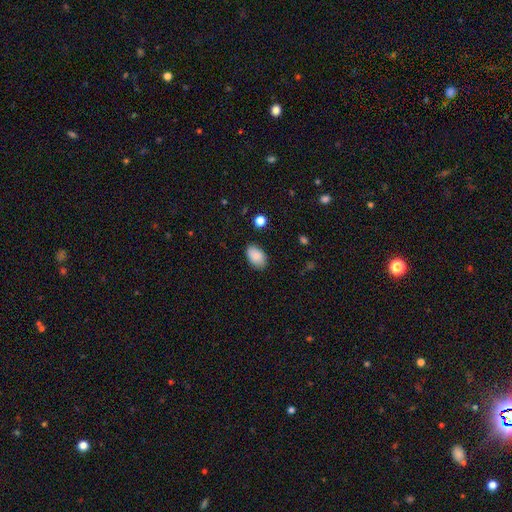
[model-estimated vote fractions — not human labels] This appears to be a smooth galaxy with no disk features (88%) that is in between round and cigar-shaped (91%). Merging: none (83%).